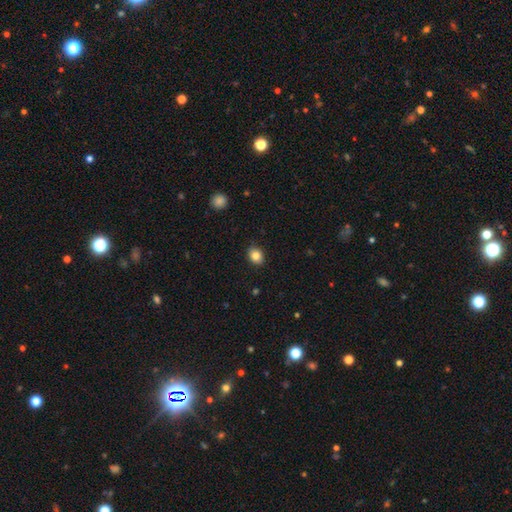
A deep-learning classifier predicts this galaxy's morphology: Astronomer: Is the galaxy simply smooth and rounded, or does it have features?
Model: smooth — 85%.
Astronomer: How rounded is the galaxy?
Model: round — 51% (runner-up: in between, 48%).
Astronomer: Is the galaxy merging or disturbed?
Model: none — 89%.